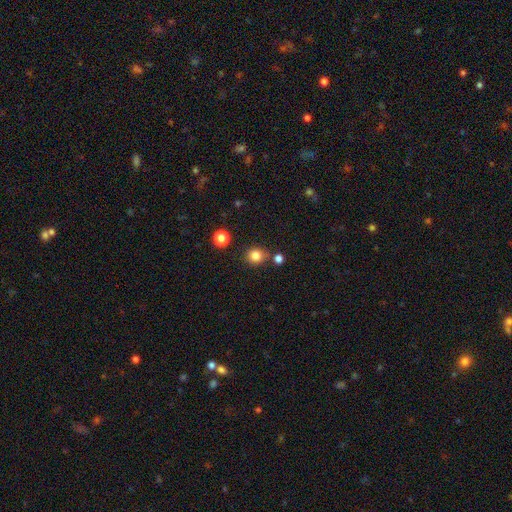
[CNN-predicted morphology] smooth 83%, star or artifact 12%, featured or disk 5%. Down the decision tree: how rounded — round (86%); merging — none (79%).